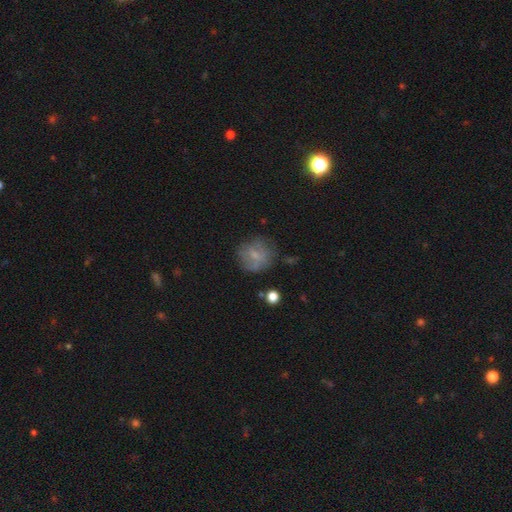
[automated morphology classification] A smooth galaxy with no disk features (63%) that is round (83%). Merging: none (63%).